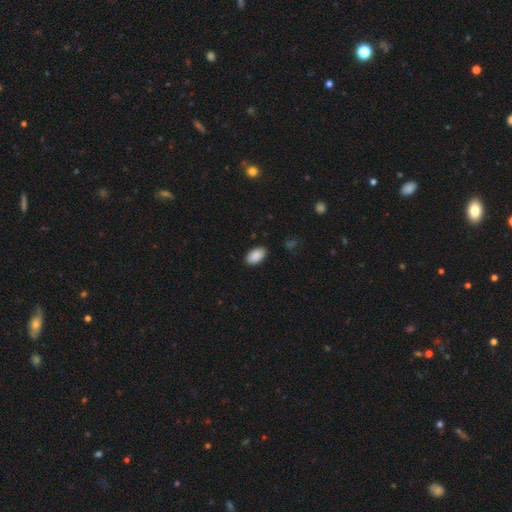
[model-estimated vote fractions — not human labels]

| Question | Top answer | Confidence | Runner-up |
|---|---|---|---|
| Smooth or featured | smooth | 90% | star or artifact (7%) |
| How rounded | in between | 94% | round (4%) |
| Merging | none | 89% | minor disturbance (8%) |